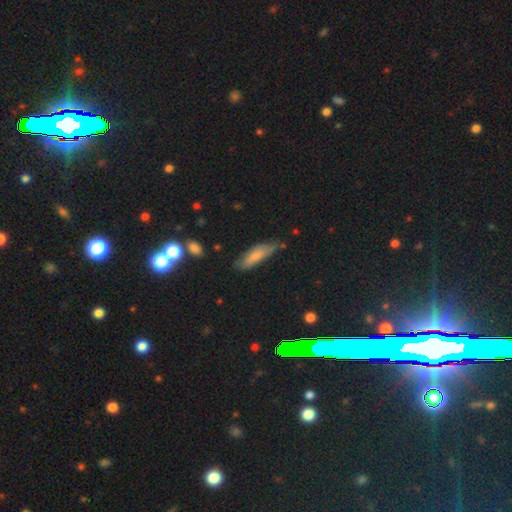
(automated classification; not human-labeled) A smooth galaxy with no disk features (72%) that is cigar-shaped (52%). Merging: none (61%).